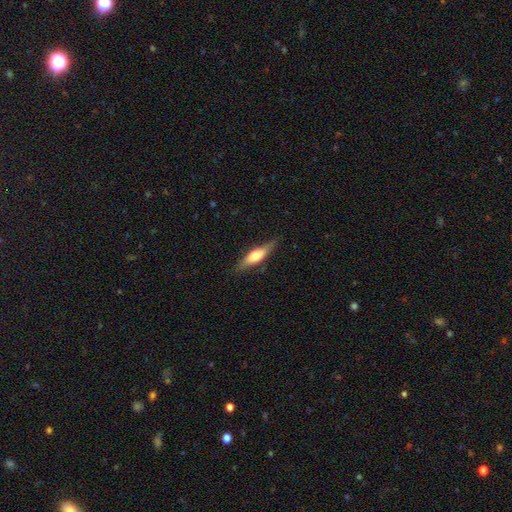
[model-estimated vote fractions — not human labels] Smooth or featured?
  - smooth: 55% *
  - featured or disk: 39%
  - star or artifact: 6%
How rounded?
  - cigar-shaped: 63% *
  - in between: 34%
  - round: 2%
Merging?
  - none: 81% *
  - minor disturbance: 15%
  - major disturbance: 3%
  - merger: 1%